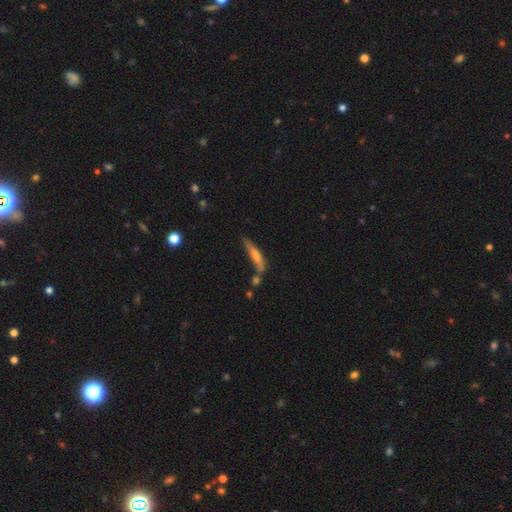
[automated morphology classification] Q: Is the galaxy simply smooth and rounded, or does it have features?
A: smooth — 47%.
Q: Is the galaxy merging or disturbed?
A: none — 51%.